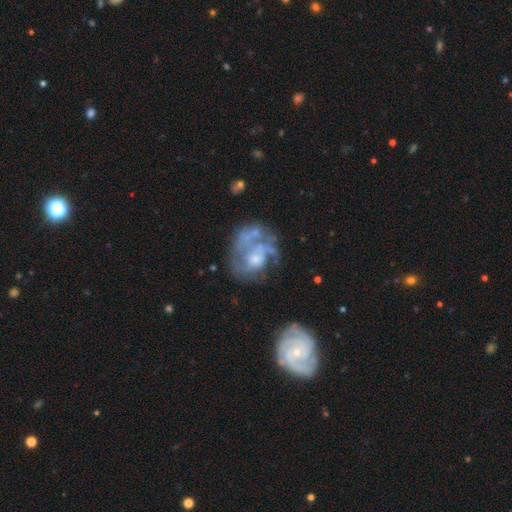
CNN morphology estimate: Q: Smooth or featured?
A: featured or disk (74%); runner-up: smooth (18%)
Q: Edge-on disk?
A: no (98%); runner-up: yes (2%)
Q: Bar?
A: no (76%); runner-up: weak (20%)
Q: Spiral arms?
A: yes (62%); runner-up: no (38%)
Q: Bulge size?
A: moderate (43%); runner-up: small (31%)
Q: Merging?
A: none (38%); runner-up: major disturbance (28%)